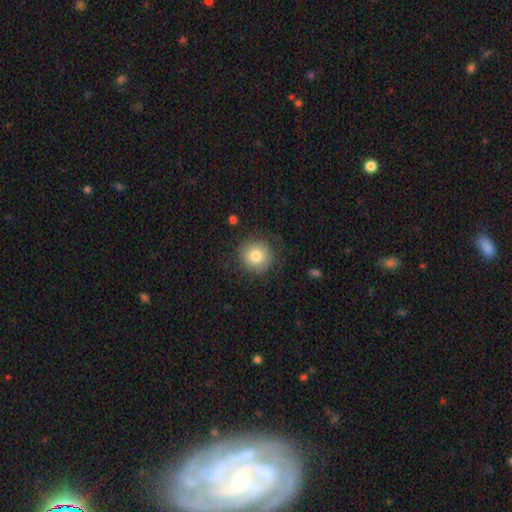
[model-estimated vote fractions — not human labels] smooth-or-featured: smooth: 81% | featured or disk: 10% | star or artifact: 9%
  how-rounded: round: 91% | in between: 8% | cigar-shaped: 1%
  merging: none: 83% | minor disturbance: 12% | major disturbance: 4% | merger: 1%